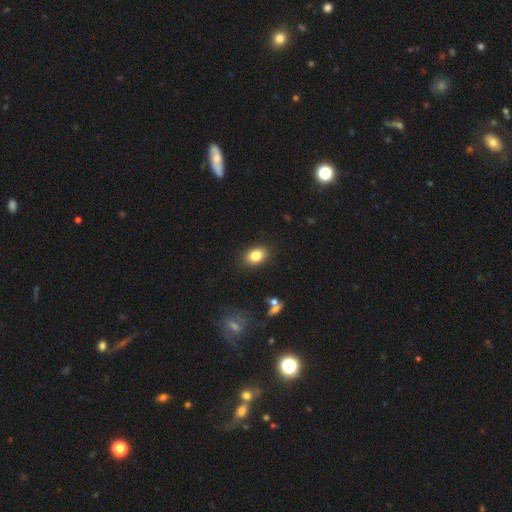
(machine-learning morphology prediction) Smooth or featured? Predicted: smooth (p=0.82). How rounded? Predicted: in between (p=0.74). Merging? Predicted: none (p=0.87).